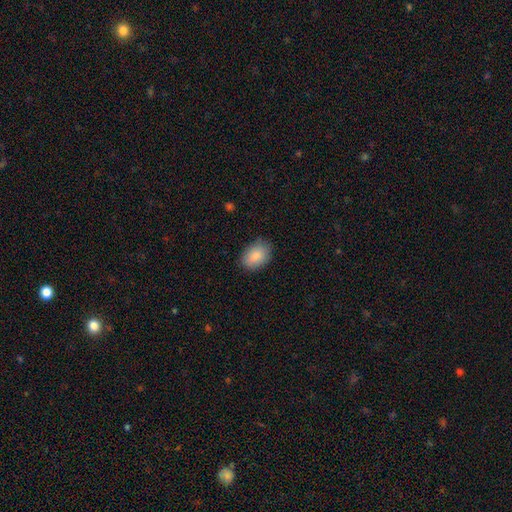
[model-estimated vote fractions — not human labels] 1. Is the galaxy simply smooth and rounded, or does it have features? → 87% smooth, 7% star or artifact, 6% featured or disk.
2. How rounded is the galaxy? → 83% in between, 16% round, 1% cigar-shaped.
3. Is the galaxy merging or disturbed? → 81% none, 15% minor disturbance, 3% major disturbance, 1% merger.